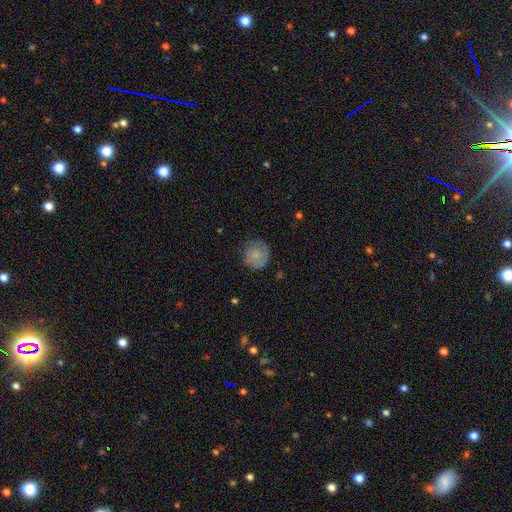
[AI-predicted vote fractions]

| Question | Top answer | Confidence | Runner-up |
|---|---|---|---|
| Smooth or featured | smooth | 77% | featured or disk (15%) |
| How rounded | round | 90% | in between (9%) |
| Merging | none | 77% | minor disturbance (17%) |